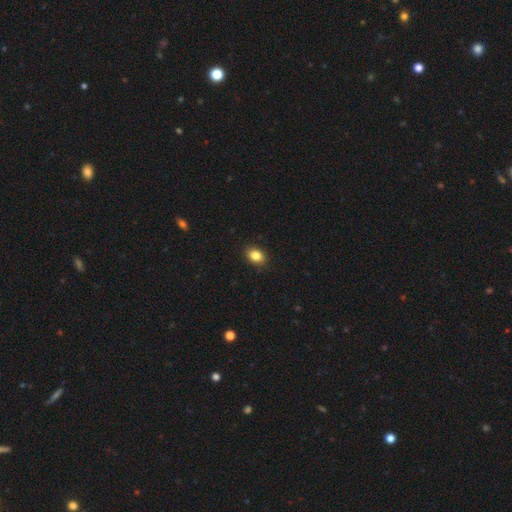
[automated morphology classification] Smooth or featured? smooth (85%)
How rounded? in between (70%)
Merging? none (90%)